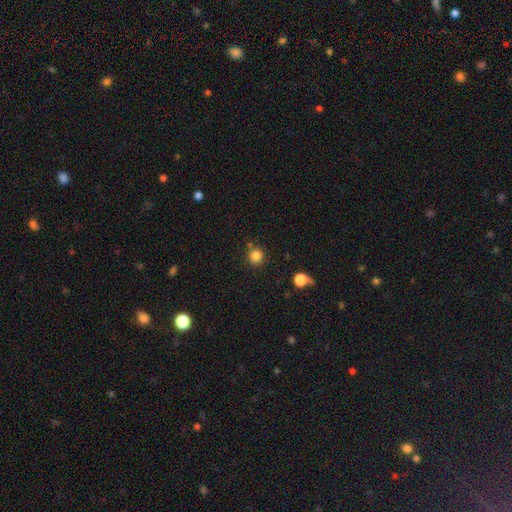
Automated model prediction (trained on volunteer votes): smooth-or-featured: smooth: 83% | star or artifact: 12% | featured or disk: 5%
  how-rounded: round: 90% | in between: 9% | cigar-shaped: 1%
  merging: none: 81% | minor disturbance: 9% | merger: 6% | major disturbance: 3%